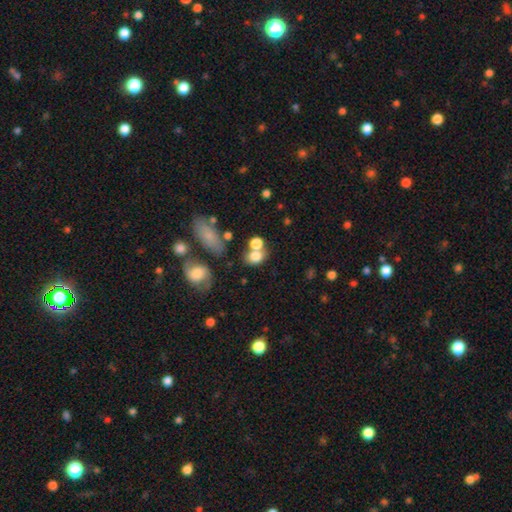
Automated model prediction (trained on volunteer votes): A smooth galaxy with no disk features (75%) that is in between round and cigar-shaped (51%).

Vote fractions:
- Smooth or featured? smooth: 75% / featured or disk: 13% / star or artifact: 12%
- How rounded? in between: 51% / round: 47% / cigar-shaped: 2%
- Merging? none: 45% / merger: 36% / minor disturbance: 12% / major disturbance: 6%